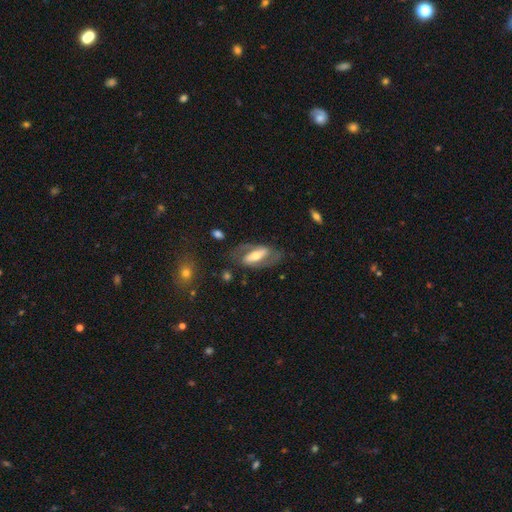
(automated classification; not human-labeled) Morphology: type=featured or disk (68%); edge-on=no (87%); bar=strong (55%); spiral arms=yes (70%); bulge=moderate (58%); merging=none (67%).